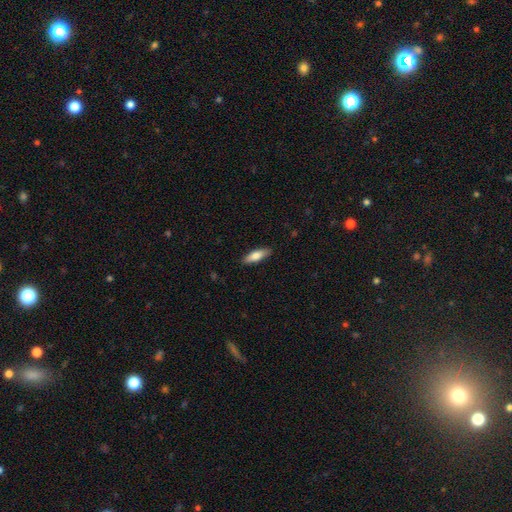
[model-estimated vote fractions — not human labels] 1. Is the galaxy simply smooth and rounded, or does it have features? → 77% smooth, 17% featured or disk, 6% star or artifact.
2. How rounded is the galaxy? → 53% in between, 45% cigar-shaped, 2% round.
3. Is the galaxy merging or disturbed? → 88% none, 9% minor disturbance, 2% major disturbance, 1% merger.